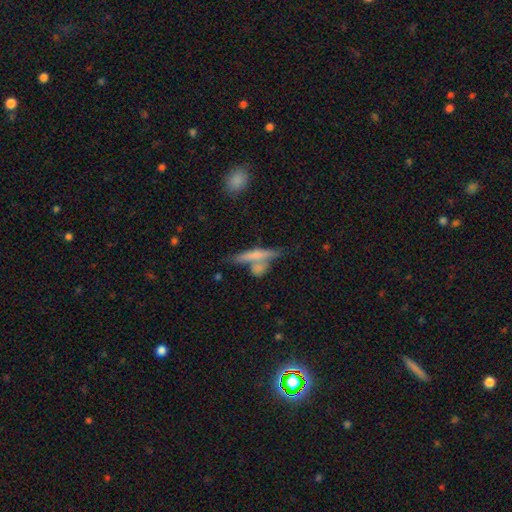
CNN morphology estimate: The model was most divided on "merging": none: 47%, merger: 37%, minor disturbance: 12%, major disturbance: 5%. More confident: how rounded — cigar-shaped (79%); smooth or featured — smooth (55%).